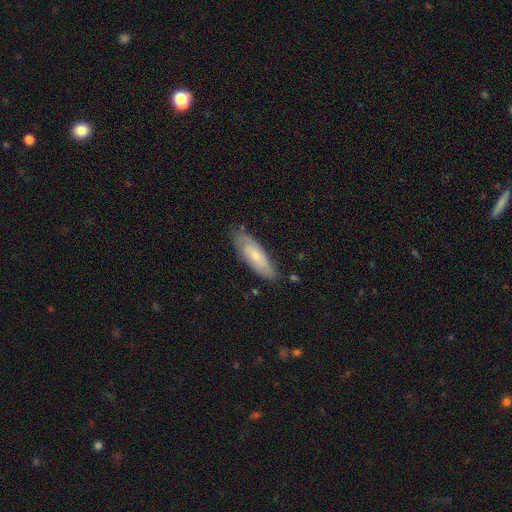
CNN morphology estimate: Q: Smooth or featured?
A: smooth (58%); runner-up: featured or disk (36%)
Q: How rounded?
A: in between (50%); runner-up: cigar-shaped (48%)
Q: Merging?
A: none (76%); runner-up: minor disturbance (19%)